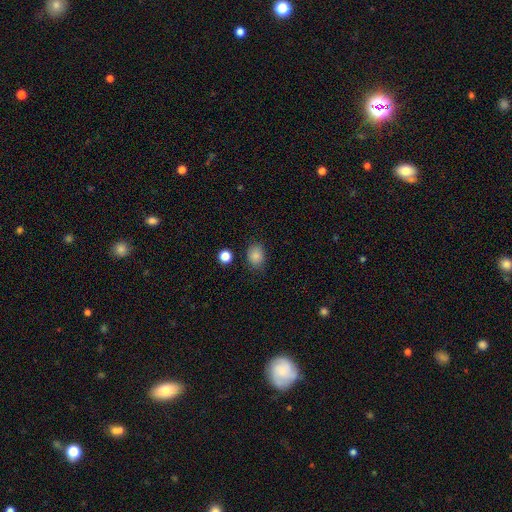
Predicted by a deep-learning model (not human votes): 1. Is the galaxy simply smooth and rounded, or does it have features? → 85% smooth, 10% star or artifact, 5% featured or disk.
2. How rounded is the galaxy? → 57% in between, 42% round, 1% cigar-shaped.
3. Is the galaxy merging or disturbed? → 78% none, 15% minor disturbance, 4% major disturbance, 3% merger.